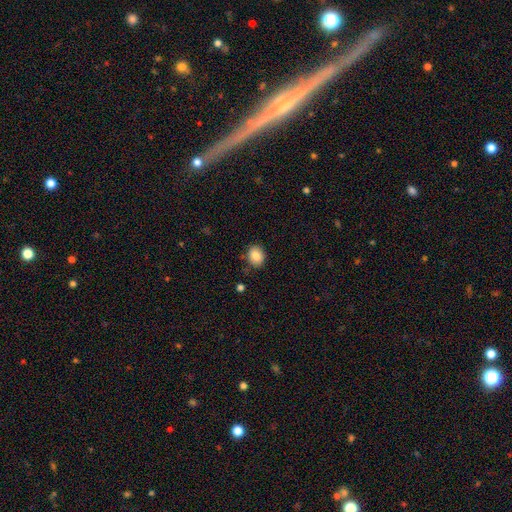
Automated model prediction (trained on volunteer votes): This is clearly a smooth galaxy (86%). How rounded: possibly round (55%). Merging: clearly none (82%).